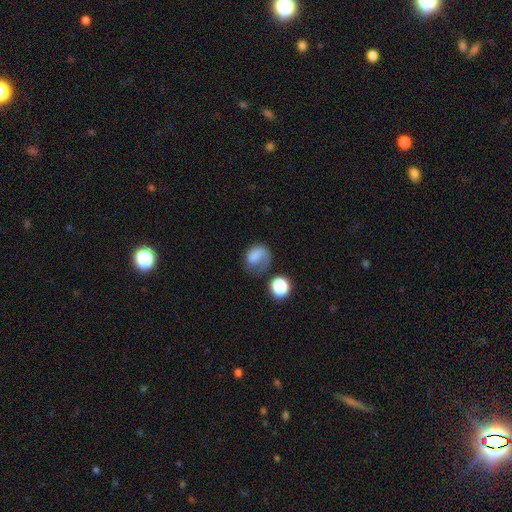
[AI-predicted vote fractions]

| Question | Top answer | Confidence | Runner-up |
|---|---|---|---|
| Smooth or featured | smooth | 57% | featured or disk (31%) |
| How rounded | round | 53% | in between (46%) |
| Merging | none | 41% | major disturbance (30%) |